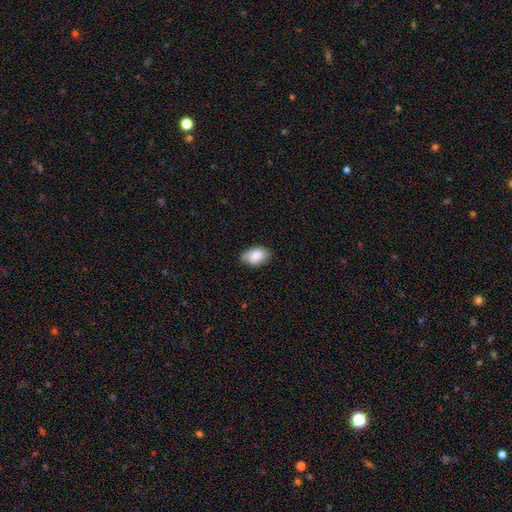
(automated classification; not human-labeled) Morphology: type=smooth (83%); roundness=in between (90%); merging=none (70%).